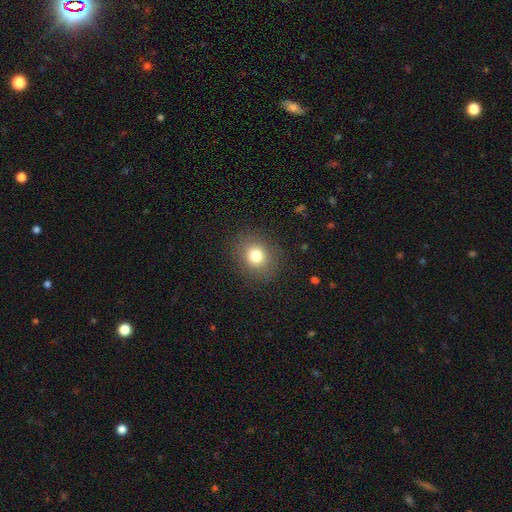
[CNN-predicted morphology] type=smooth (79%); roundness=round (67%); merging=none (87%).